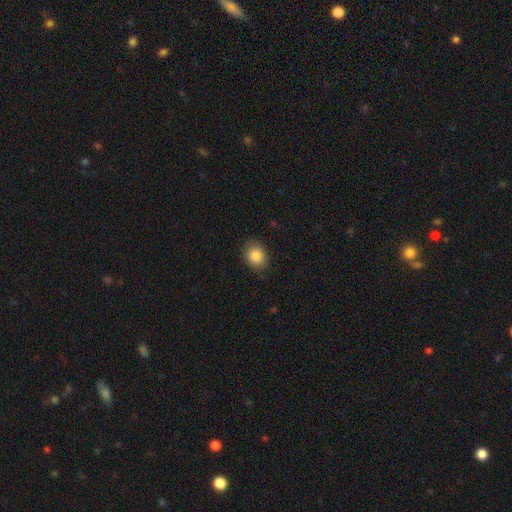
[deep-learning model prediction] This appears to be a smooth galaxy with no disk features (86%) that is in between round and cigar-shaped (51%). Merging: none (85%).